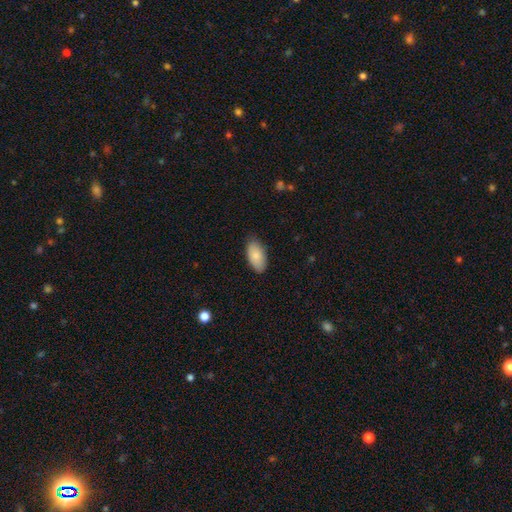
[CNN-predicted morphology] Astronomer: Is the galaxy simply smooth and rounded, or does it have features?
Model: smooth — 85%.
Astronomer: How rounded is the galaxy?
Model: in between — 94%.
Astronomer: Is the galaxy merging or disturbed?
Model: none — 81%.